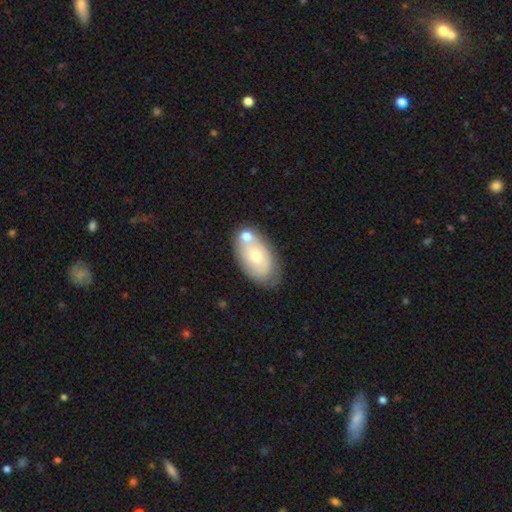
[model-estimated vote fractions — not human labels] smooth_or_featured: smooth (p=0.56) [alt: featured or disk p=0.37]
how_rounded: in between (p=0.91) [alt: round p=0.07]
merging: none (p=0.58) [alt: minor disturbance p=0.19]